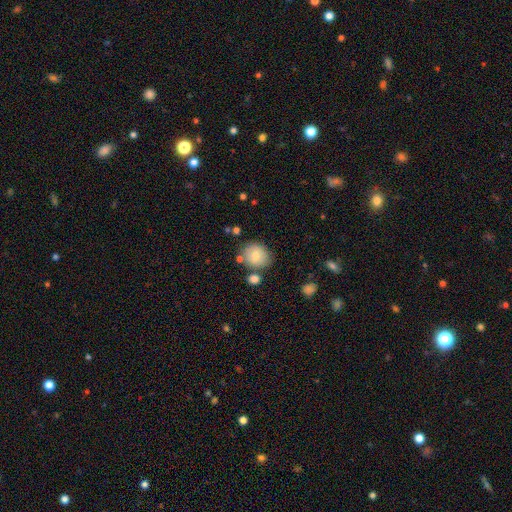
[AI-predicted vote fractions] Q: Smooth or featured?
A: smooth (75%); runner-up: featured or disk (16%)
Q: How rounded?
A: round (72%); runner-up: in between (27%)
Q: Merging?
A: none (70%); runner-up: minor disturbance (15%)